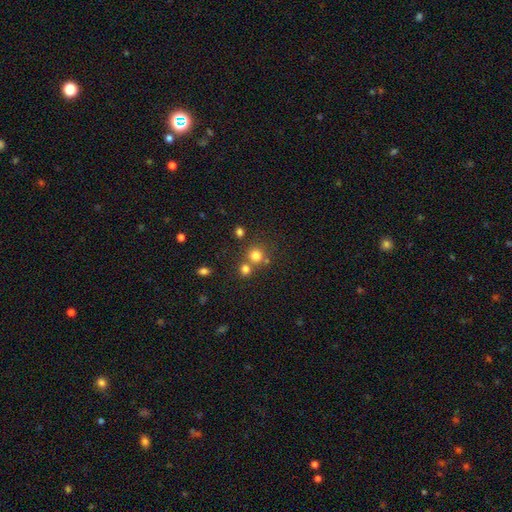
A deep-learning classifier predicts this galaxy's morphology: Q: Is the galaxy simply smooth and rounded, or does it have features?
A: smooth — 76%.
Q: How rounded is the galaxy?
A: round — 89%.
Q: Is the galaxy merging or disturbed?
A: none — 60%.